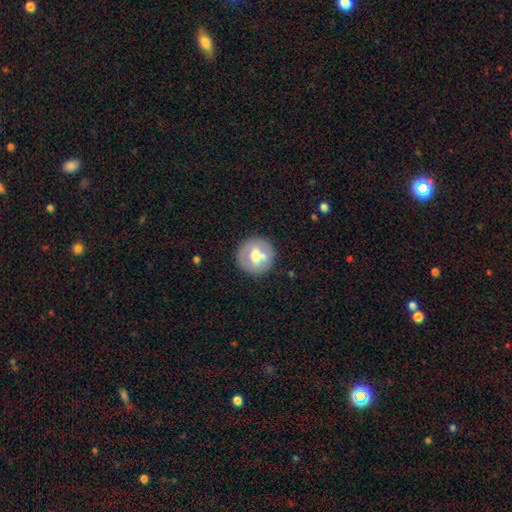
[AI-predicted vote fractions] This is likely a smooth galaxy (60%). How rounded: clearly round (93%). Merging: likely none (74%).